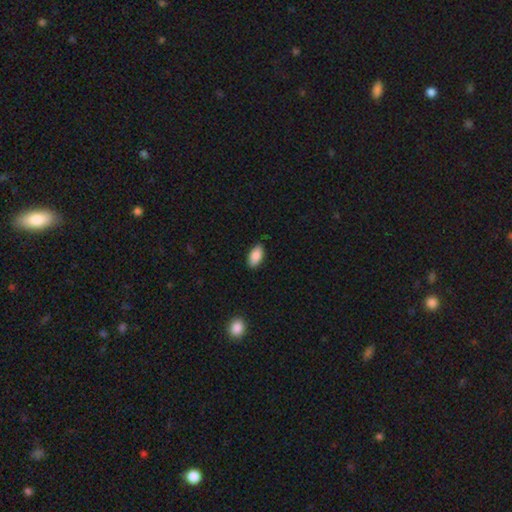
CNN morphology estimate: Smooth or featured: smooth — 87% (star or artifact — 7%)
How rounded: in between — 93% (cigar-shaped — 4%)
Merging: none — 85% (minor disturbance — 12%)